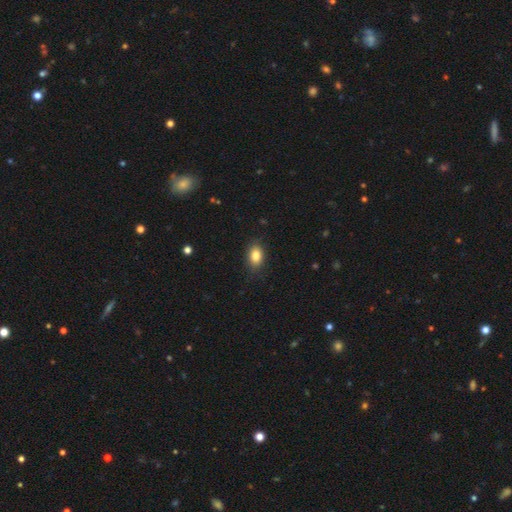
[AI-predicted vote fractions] Morphology: type=smooth (84%); roundness=in between (83%); merging=none (84%).